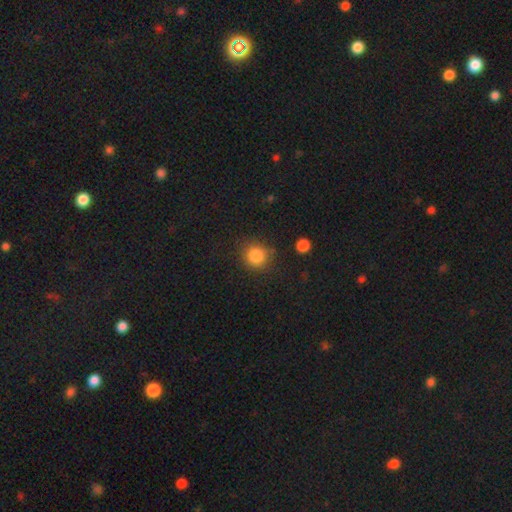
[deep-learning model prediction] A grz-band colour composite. It shows a smooth galaxy with no disk features (84%) that is round (89%). Merging: none (83%).